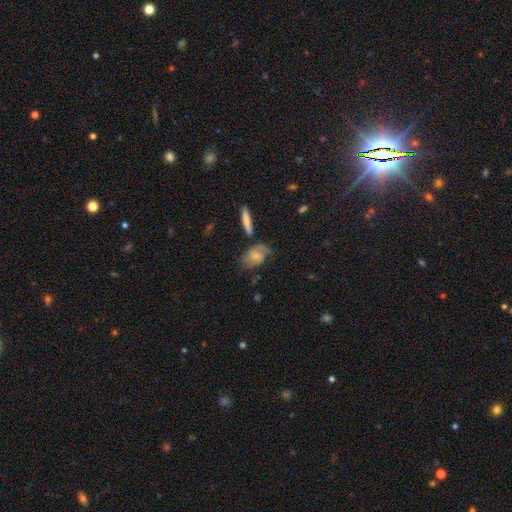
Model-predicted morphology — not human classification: Smooth or featured: featured or disk — 58% (smooth — 34%)
Edge-on disk: no — 94% (yes — 6%)
Bar: weak — 48% (no — 38%)
Spiral arms: yes — 89% (no — 11%)
Bulge size: small — 44% (moderate — 35%)
Merging: none — 58% (minor disturbance — 24%)